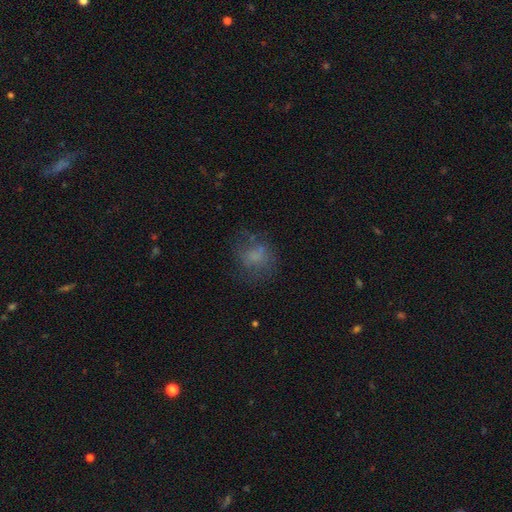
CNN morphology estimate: This is likely a smooth galaxy (63%). How rounded: likely round (67%). Merging: likely none (60%).